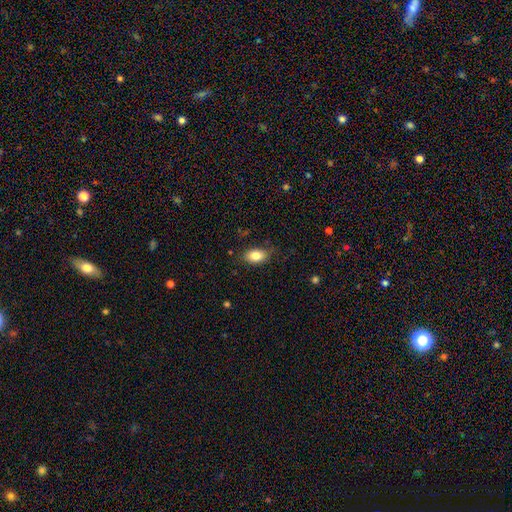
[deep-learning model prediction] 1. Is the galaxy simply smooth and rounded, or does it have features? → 83% smooth, 10% featured or disk, 8% star or artifact.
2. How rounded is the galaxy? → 90% in between, 8% round, 2% cigar-shaped.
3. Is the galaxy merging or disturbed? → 81% none, 15% minor disturbance, 3% major disturbance, 1% merger.